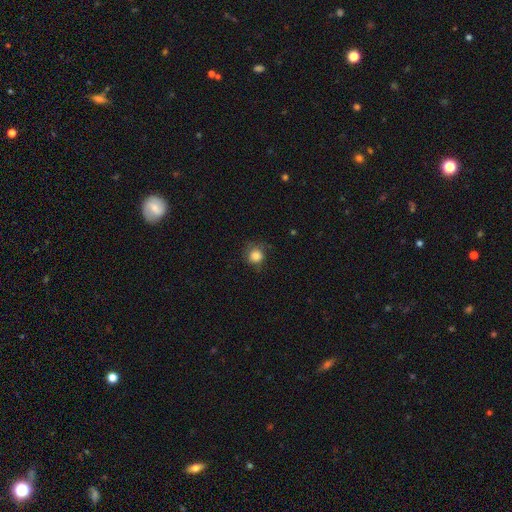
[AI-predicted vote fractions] A smooth galaxy with no disk features (83%) that is round (87%). Merging: none (68%).